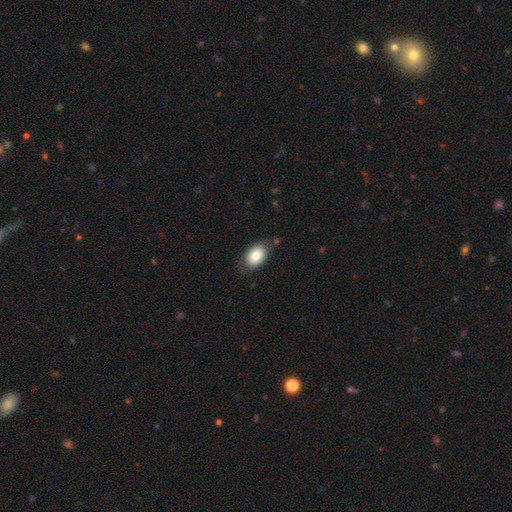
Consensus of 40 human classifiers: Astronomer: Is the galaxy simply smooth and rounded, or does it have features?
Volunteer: smooth — 60%.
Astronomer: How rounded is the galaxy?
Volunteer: in between — 83%.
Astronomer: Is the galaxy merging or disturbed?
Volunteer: none — 78%.